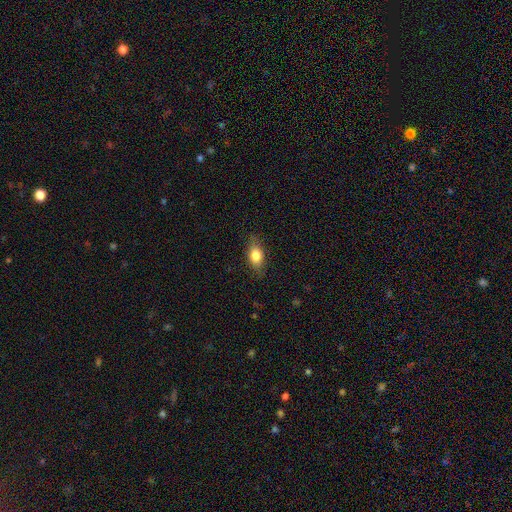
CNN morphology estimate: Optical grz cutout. It shows a smooth galaxy with no disk features (80%) that is in between round and cigar-shaped (82%). Merging: none (81%).